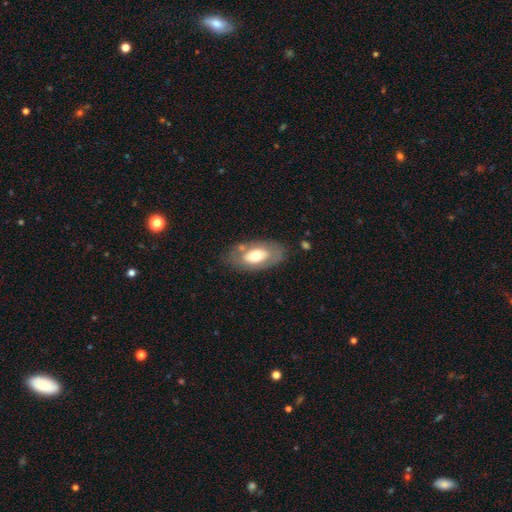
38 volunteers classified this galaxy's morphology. Smooth or featured?
  - featured or disk: 55% *
  - smooth: 42%
  - star or artifact: 3%
Edge-on disk?
  - no: 90% *
  - yes: 10%
Bar?
  - no: 100% *
  - strong: 0%
  - weak: 0%
Spiral arms?
  - no: 89% *
  - yes: 11%
Bulge size?
  - moderate: 53% *
  - large: 21%
  - small: 21%
  - dominant: 5%
  - none: 0%
Merging?
  - none: 76% *
  - minor disturbance: 14%
  - merger: 8%
  - major disturbance: 3%